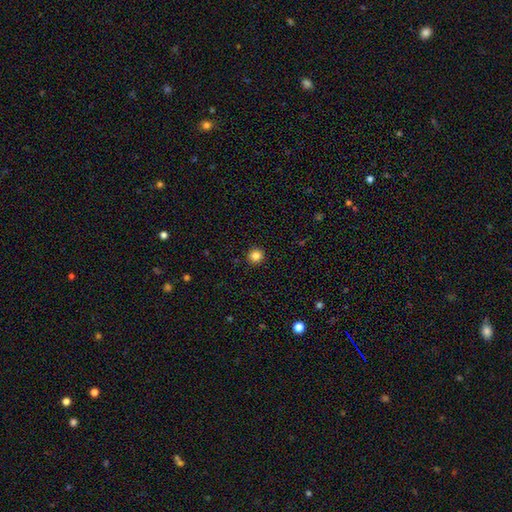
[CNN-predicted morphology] Overall: smooth (84%). How rounded: round (93%). Merging: none (92%).